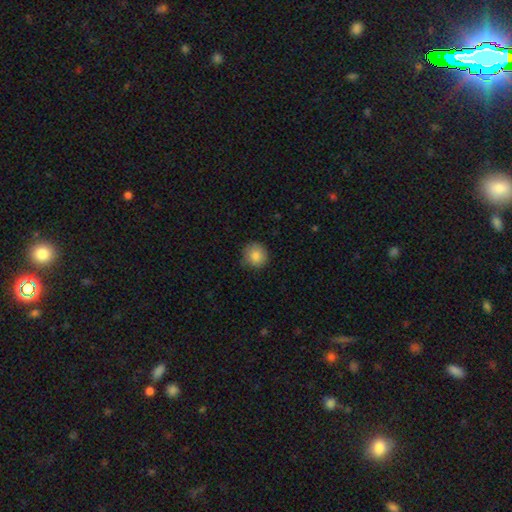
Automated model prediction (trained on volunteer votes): smooth 85%, star or artifact 9%, featured or disk 7%. Down the decision tree: how rounded — round (92%); merging — none (81%).